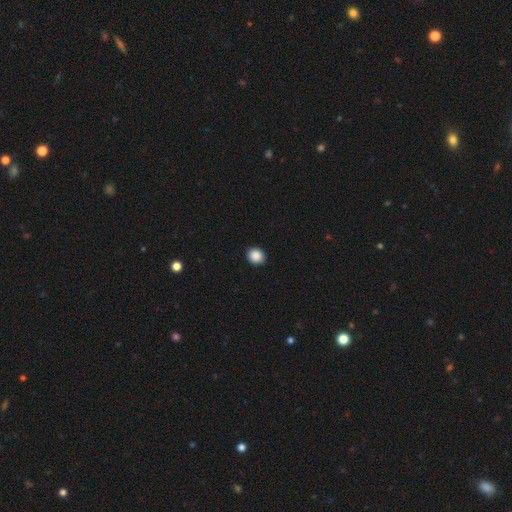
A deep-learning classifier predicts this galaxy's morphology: The model was most divided on "how rounded": round: 78%, in between: 21%, cigar-shaped: 1%. More confident: merging — none (92%); smooth or featured — smooth (88%).